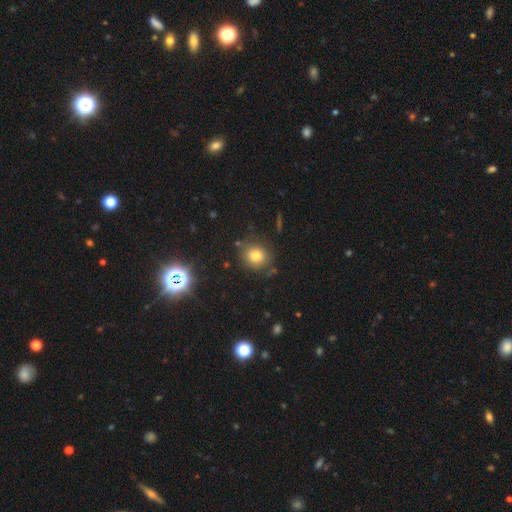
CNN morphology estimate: Smooth or featured: smooth — 78% (star or artifact — 14%)
How rounded: round — 78% (in between — 21%)
Merging: none — 82% (minor disturbance — 12%)